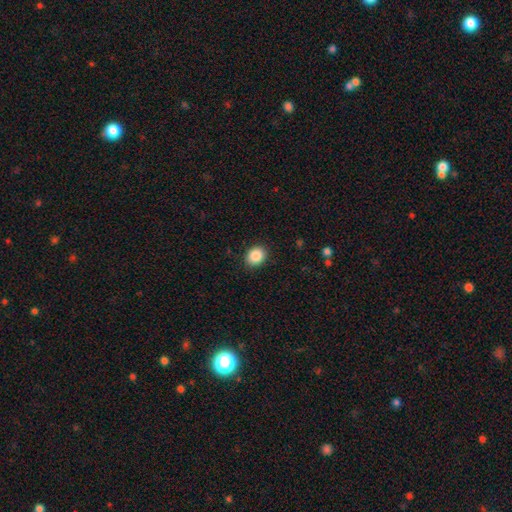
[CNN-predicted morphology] A smooth galaxy with no disk features (88%) that is round (62%).

Vote fractions:
- Smooth or featured? smooth: 88% / star or artifact: 9% / featured or disk: 4%
- How rounded? round: 62% / in between: 37% / cigar-shaped: 1%
- Merging? none: 89% / minor disturbance: 7% / major disturbance: 2% / merger: 1%